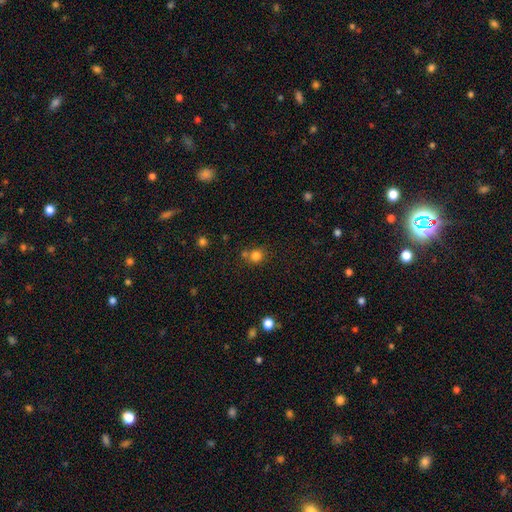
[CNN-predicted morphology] type=smooth (80%); roundness=round (84%); merging=none (62%).